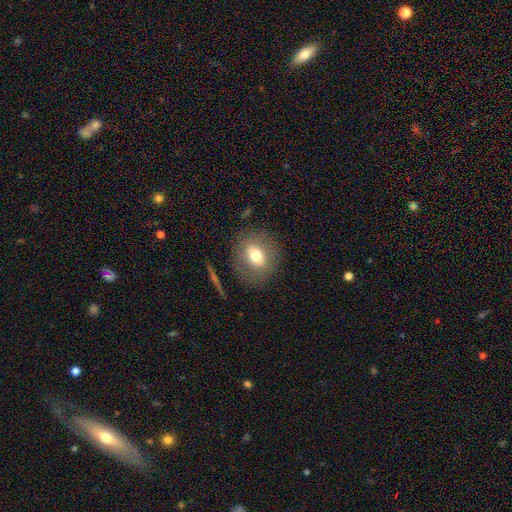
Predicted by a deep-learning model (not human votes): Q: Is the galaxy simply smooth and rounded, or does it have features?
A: smooth — 65%.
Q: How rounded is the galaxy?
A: round — 54%.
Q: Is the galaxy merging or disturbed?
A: none — 80%.